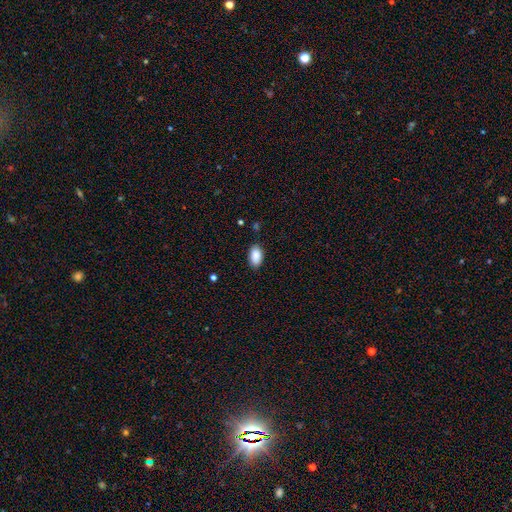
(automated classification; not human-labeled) The model was most divided on "merging": none: 84%, minor disturbance: 12%, major disturbance: 2%, merger: 1%. More confident: how rounded — in between (94%); smooth or featured — smooth (90%).